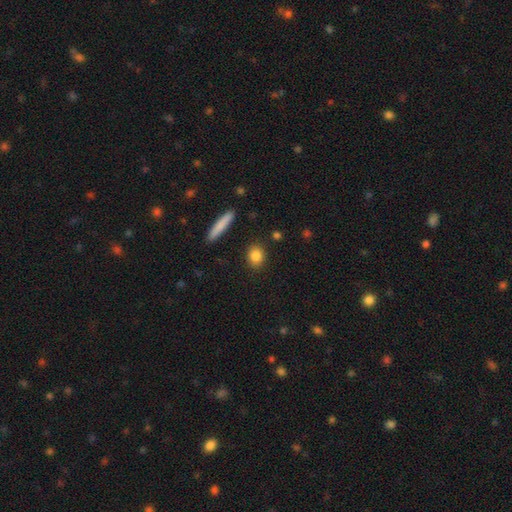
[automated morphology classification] Overall: smooth (85%). How rounded: round (61%; in between 34%). Merging: none (88%).